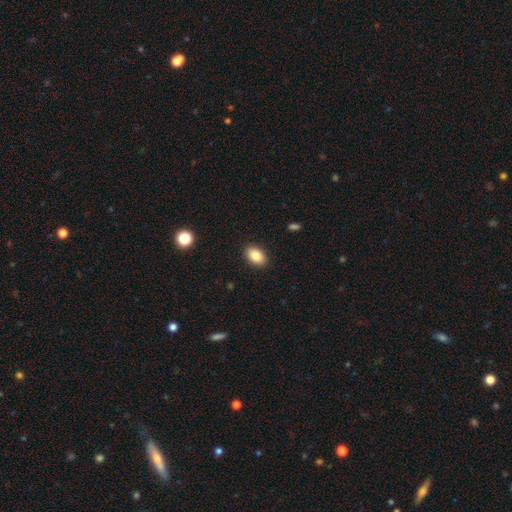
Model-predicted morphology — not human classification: Smooth or featured? Predicted: smooth (p=0.85). How rounded? Predicted: in between (p=0.87). Merging? Predicted: none (p=0.89).